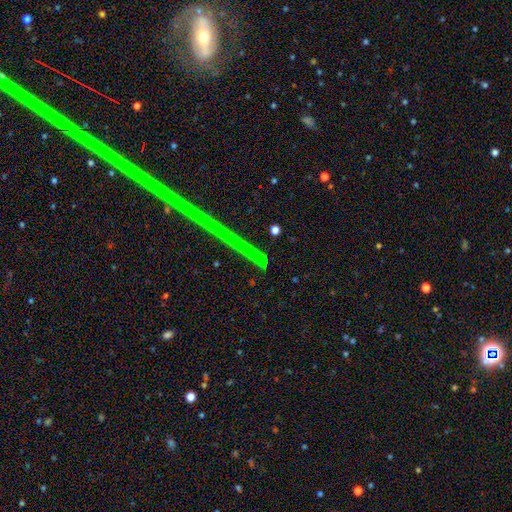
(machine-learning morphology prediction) Q: Smooth or featured?
A: star or artifact (75%); runner-up: featured or disk (15%)